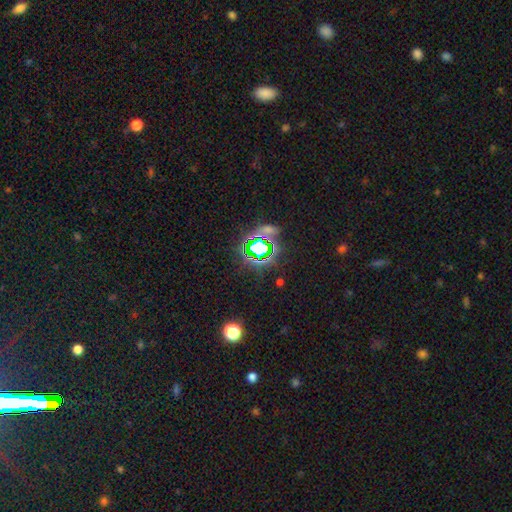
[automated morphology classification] This is likely a star or artifact rather than a galaxy (76%).